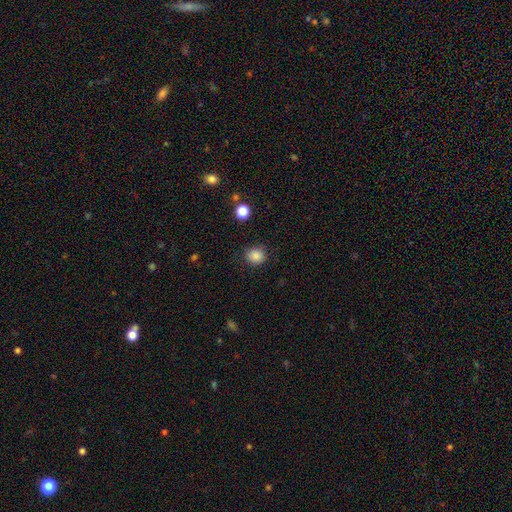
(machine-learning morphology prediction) A smooth galaxy with no disk features (86%) that is round (77%). Merging: none (84%).